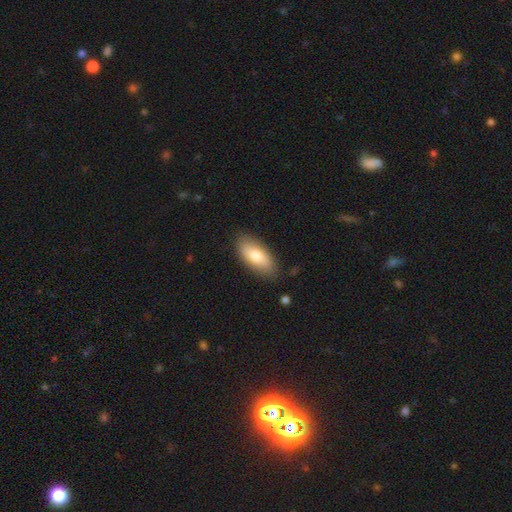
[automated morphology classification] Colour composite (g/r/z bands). It shows a smooth galaxy with no disk features (76%) that is in between round and cigar-shaped (87%). Merging: none (84%).